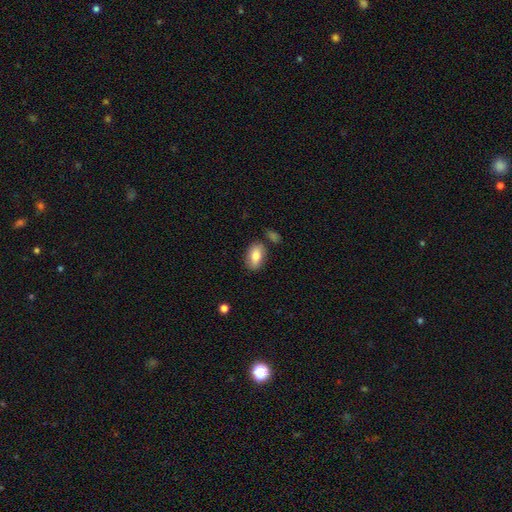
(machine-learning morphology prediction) Q: Smooth or featured?
A: smooth (77%); runner-up: featured or disk (16%)
Q: How rounded?
A: in between (91%); runner-up: round (7%)
Q: Merging?
A: none (78%); runner-up: minor disturbance (14%)